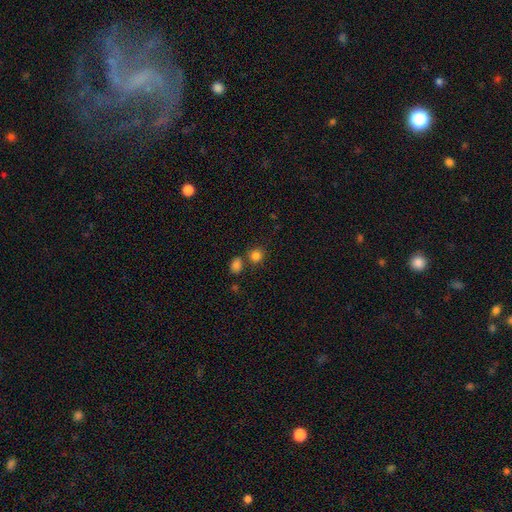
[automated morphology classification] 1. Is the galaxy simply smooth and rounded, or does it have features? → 83% smooth, 12% star or artifact, 5% featured or disk.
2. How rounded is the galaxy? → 84% round, 15% in between, 1% cigar-shaped.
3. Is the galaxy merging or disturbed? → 68% none, 18% merger, 10% minor disturbance, 4% major disturbance.